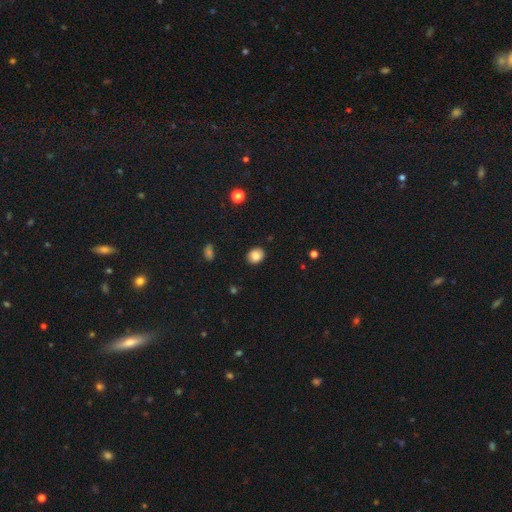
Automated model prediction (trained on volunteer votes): This appears to be a smooth galaxy with no disk features (85%) that is round (57%). Merging: none (89%).